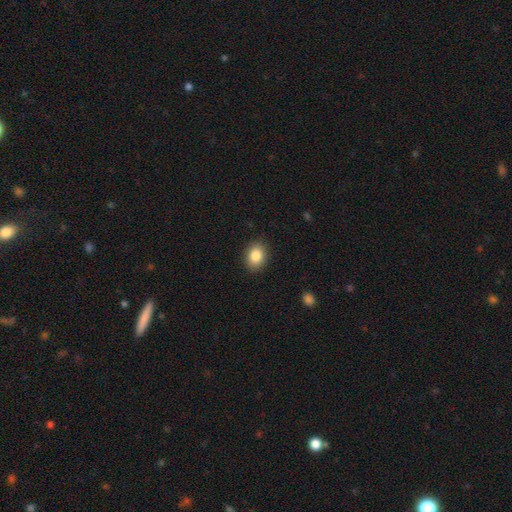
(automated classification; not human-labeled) A smooth galaxy with no disk features (86%) that is in between round and cigar-shaped (68%). Merging: none (89%).